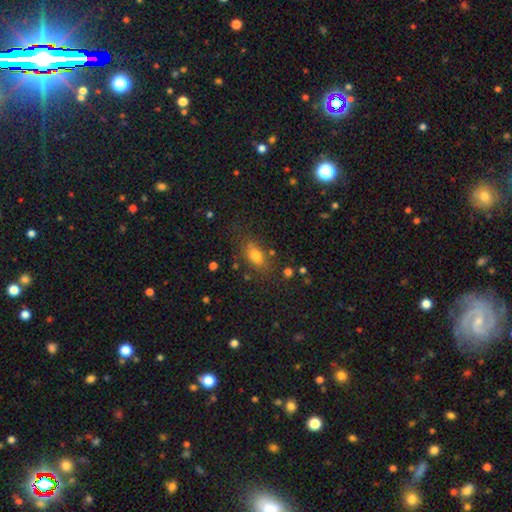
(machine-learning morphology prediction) type=smooth (76%); roundness=in between (82%); merging=none (73%).